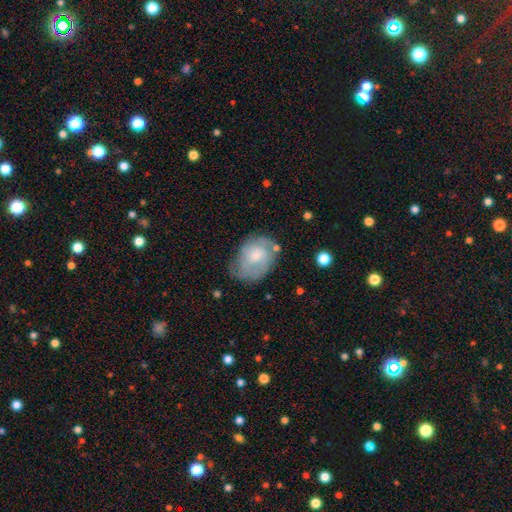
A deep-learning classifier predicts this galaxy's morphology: Overall: featured or disk (50%; smooth 43%). Merging: none (52%; minor disturbance 30%).